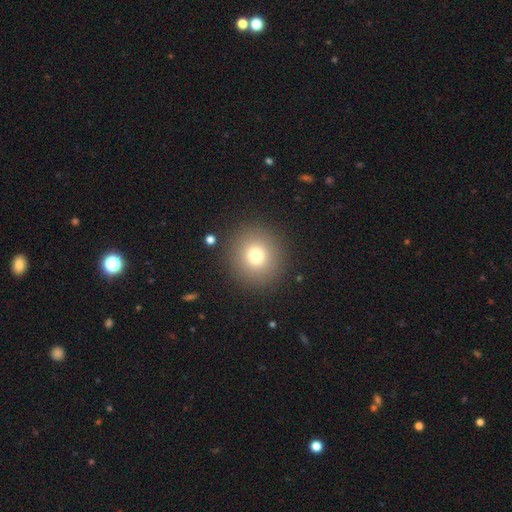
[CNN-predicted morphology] This appears to be a smooth galaxy with no disk features (77%) that is round (93%). Merging: none (90%).